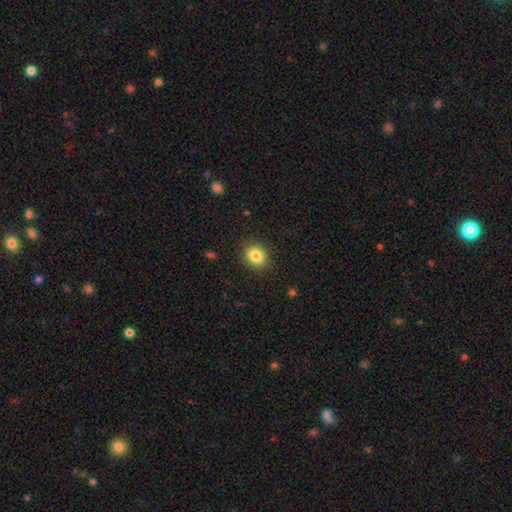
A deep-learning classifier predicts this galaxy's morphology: Smooth or featured? Predicted: smooth (p=0.84). How rounded? Predicted: round (p=0.66). Merging? Predicted: none (p=0.88).